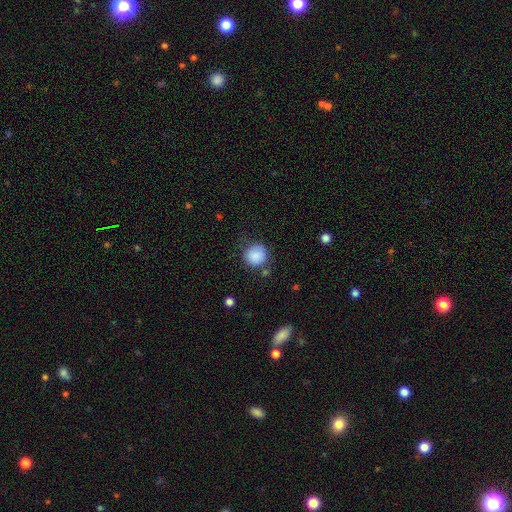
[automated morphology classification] A smooth galaxy with no disk features (87%) that is round (89%). Merging: none (72%).